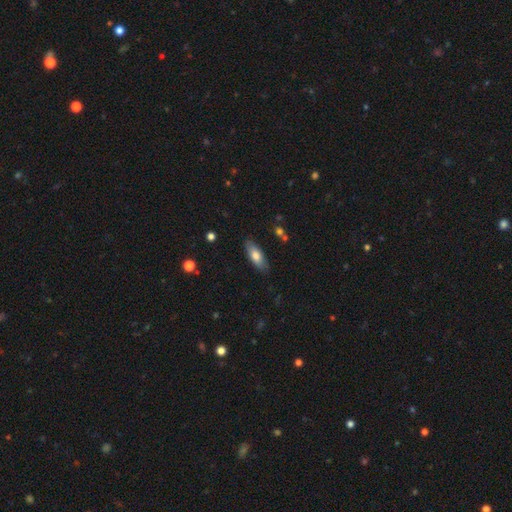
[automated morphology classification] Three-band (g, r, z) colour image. It shows a smooth galaxy with no disk features (73%) that is in between round and cigar-shaped (72%). Merging: none (85%).